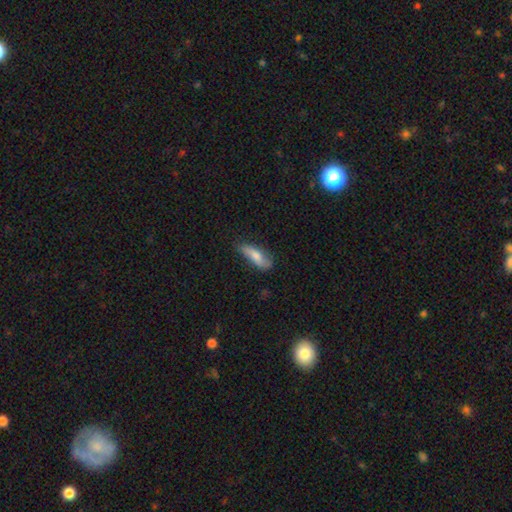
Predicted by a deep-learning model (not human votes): The model was most divided on "how rounded": in between: 56%, cigar-shaped: 41%, round: 3%. More confident: smooth or featured — smooth (65%); merging — none (62%).